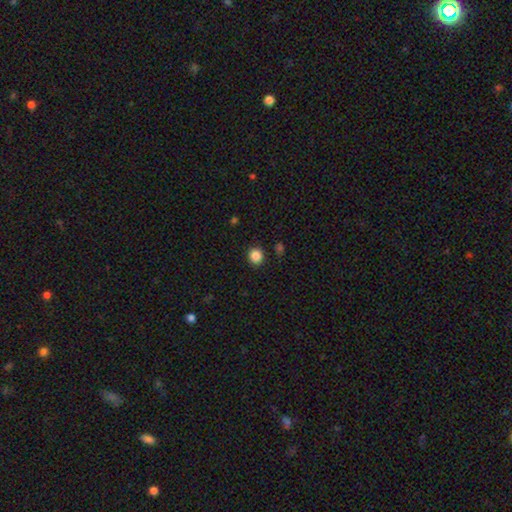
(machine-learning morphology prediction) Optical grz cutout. It shows a smooth galaxy with no disk features (86%) that is round (88%). Merging: none (90%).